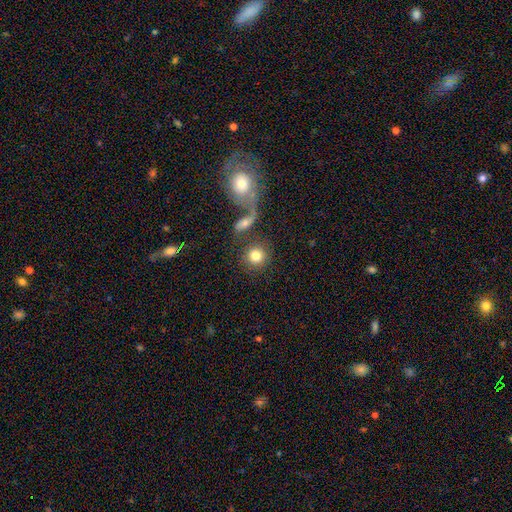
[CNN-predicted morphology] A smooth galaxy with no disk features (81%) that is round (88%). Merging: none (65%).